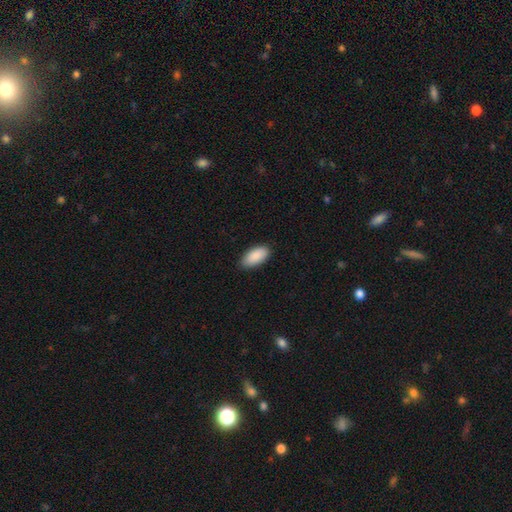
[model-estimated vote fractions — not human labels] smooth-or-featured: smooth: 90% | star or artifact: 6% | featured or disk: 4%
  how-rounded: in between: 93% | cigar-shaped: 5% | round: 2%
  merging: none: 86% | minor disturbance: 12% | major disturbance: 2% | merger: 1%